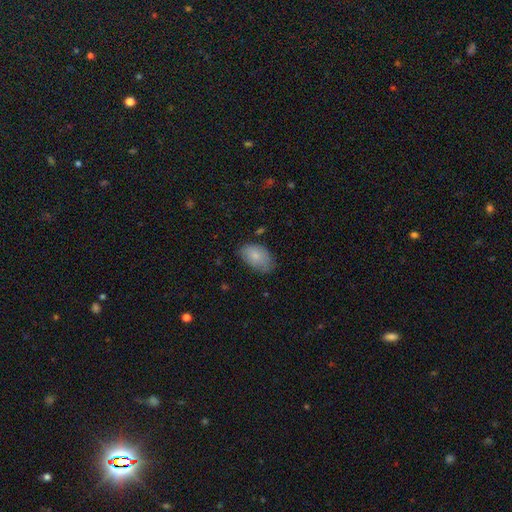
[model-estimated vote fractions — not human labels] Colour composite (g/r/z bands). It shows a smooth galaxy with no disk features (81%) that is in between round and cigar-shaped (91%). Merging: none (66%).